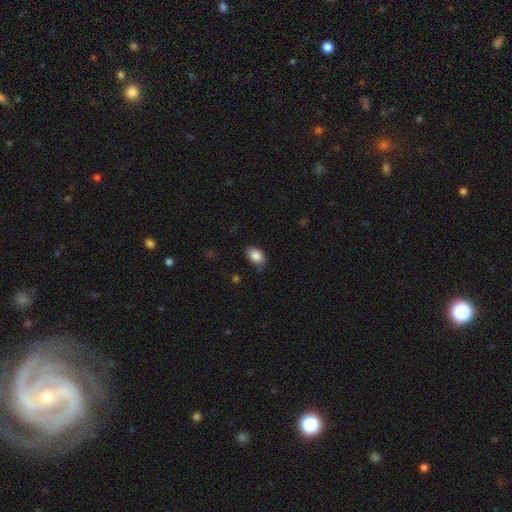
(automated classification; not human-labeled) This is clearly a smooth galaxy (86%). How rounded: clearly in between (83%). Merging: likely none (69%).